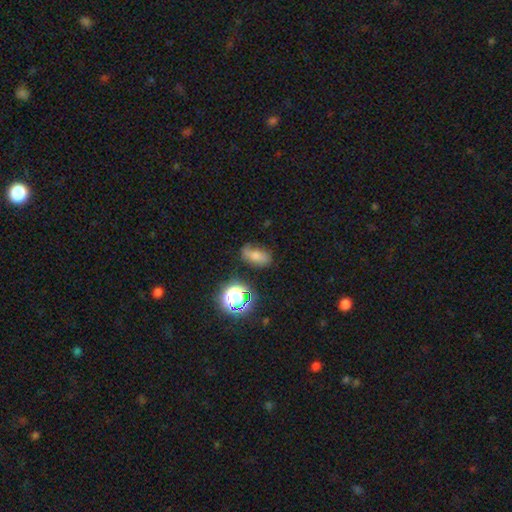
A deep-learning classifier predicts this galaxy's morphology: Smooth or featured? Predicted: smooth (p=0.54). How rounded? Predicted: in between (p=0.79). Merging? Predicted: none (p=0.62).